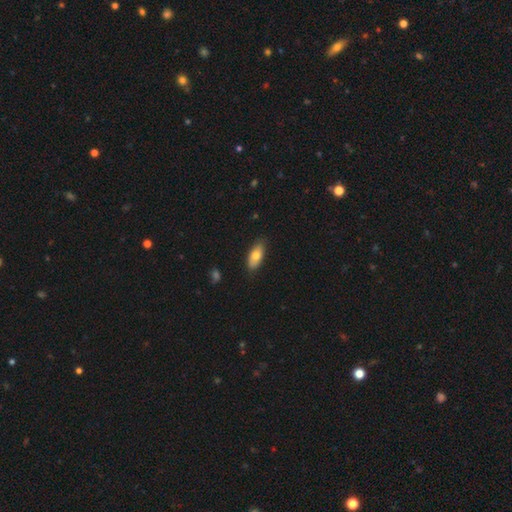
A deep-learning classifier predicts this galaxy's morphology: Smooth or featured? Predicted: smooth (p=0.74). How rounded? Predicted: in between (p=0.86). Merging? Predicted: none (p=0.83).